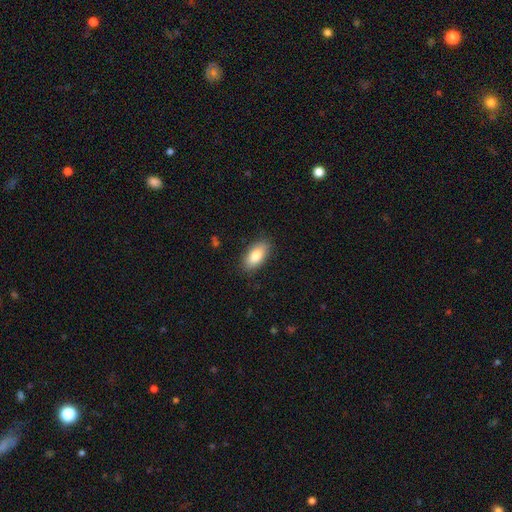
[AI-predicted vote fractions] The model was most divided on "merging": none: 85%, minor disturbance: 11%, major disturbance: 3%, merger: 1%. More confident: how rounded — in between (91%); smooth or featured — smooth (85%).